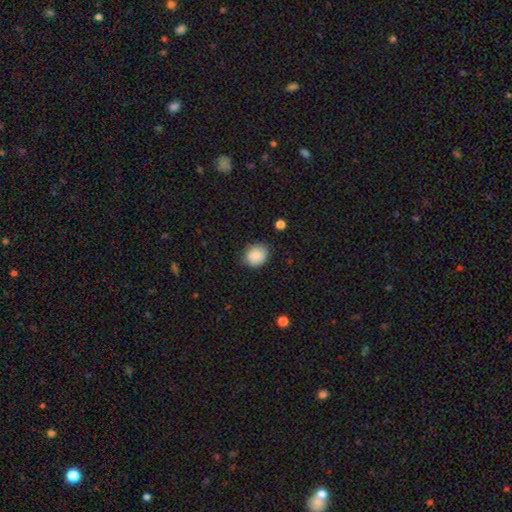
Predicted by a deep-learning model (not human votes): The model was most divided on "how rounded": round: 65%, in between: 34%, cigar-shaped: 1%. More confident: smooth or featured — smooth (86%); merging — none (77%).